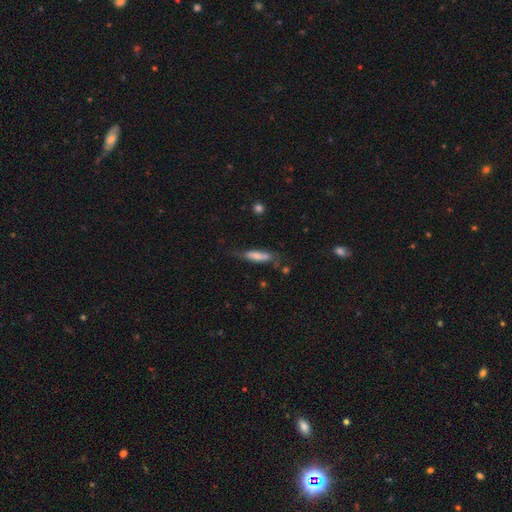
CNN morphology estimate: A smooth galaxy with no disk features (60%) that is cigar-shaped (63%). Merging: none (56%).